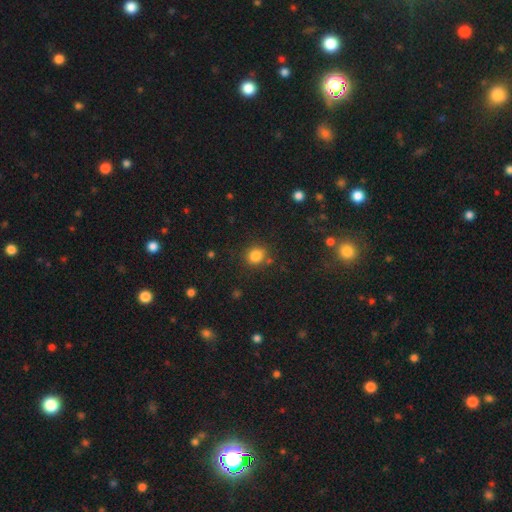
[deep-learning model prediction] A smooth galaxy with no disk features (83%) that is round (80%). Merging: none (82%).